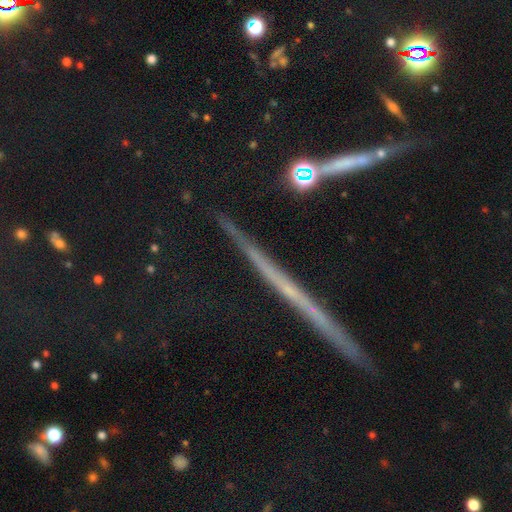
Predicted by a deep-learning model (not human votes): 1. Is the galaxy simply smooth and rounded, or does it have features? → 44% star or artifact, 38% featured or disk, 18% smooth.